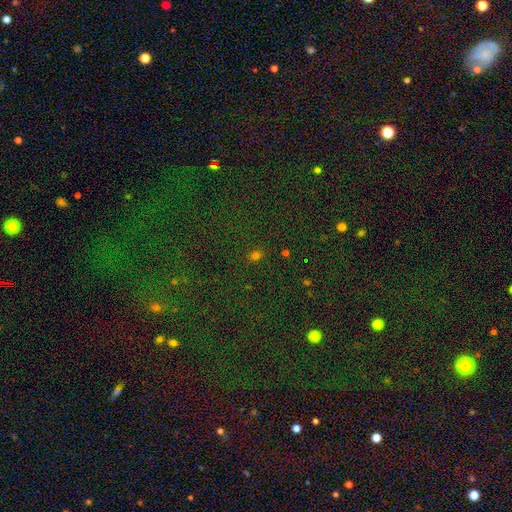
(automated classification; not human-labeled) This is likely a smooth galaxy (63%). How rounded: possibly round (60%). Merging: clearly none (86%).